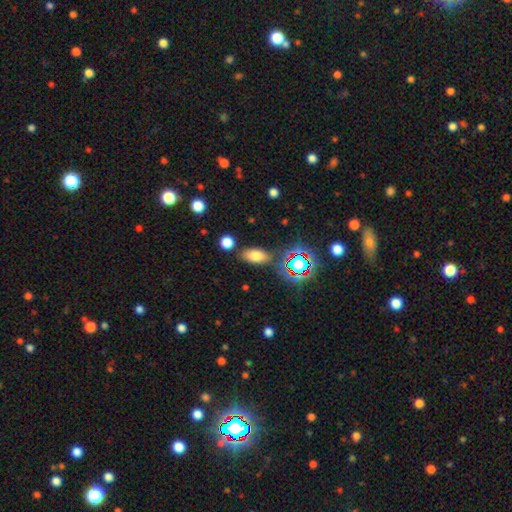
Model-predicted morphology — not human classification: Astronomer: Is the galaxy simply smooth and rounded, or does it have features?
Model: smooth — 72%.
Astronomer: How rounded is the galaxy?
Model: in between — 85%.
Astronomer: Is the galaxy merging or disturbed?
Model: none — 78%.